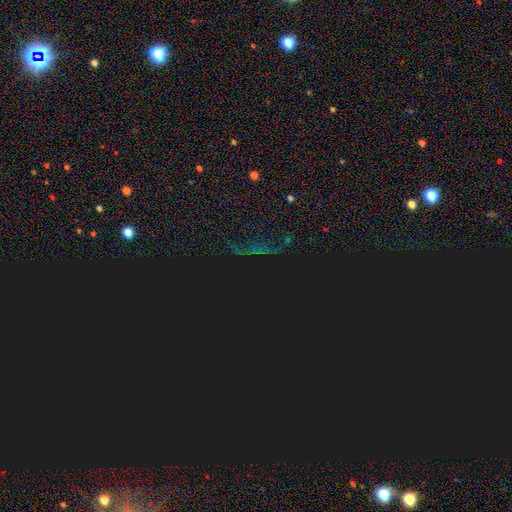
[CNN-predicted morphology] This appears to be a star or artifact, not a galaxy (81%).